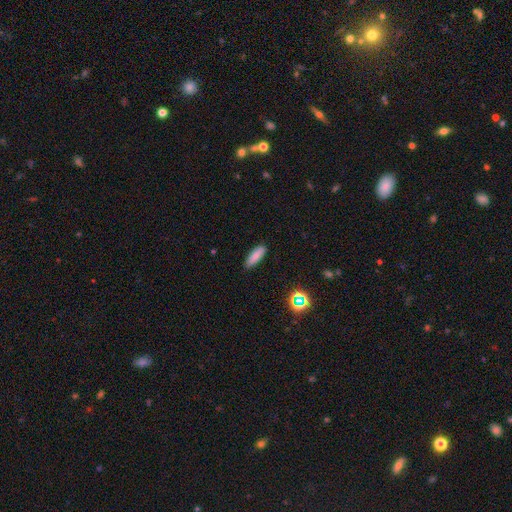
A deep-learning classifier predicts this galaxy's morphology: Q: Smooth or featured?
A: smooth (82%); runner-up: featured or disk (10%)
Q: How rounded?
A: cigar-shaped (49%); tied with: in between (49%)
Q: Merging?
A: none (87%); runner-up: minor disturbance (9%)